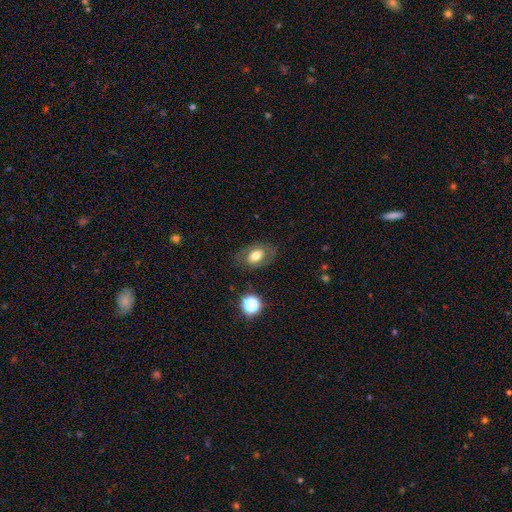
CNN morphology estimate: smooth_or_featured: smooth (p=0.64) [alt: featured or disk p=0.25]
how_rounded: in between (p=0.78) [alt: round p=0.20]
merging: none (p=0.76) [alt: minor disturbance p=0.14]